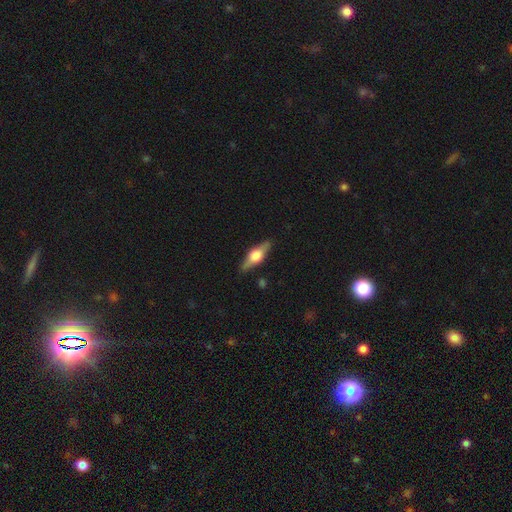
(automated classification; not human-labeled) This appears to be a featured or disk galaxy (65%) viewed edge-on (95%) with a rounded central bulge (91%). Merging: none (86%).